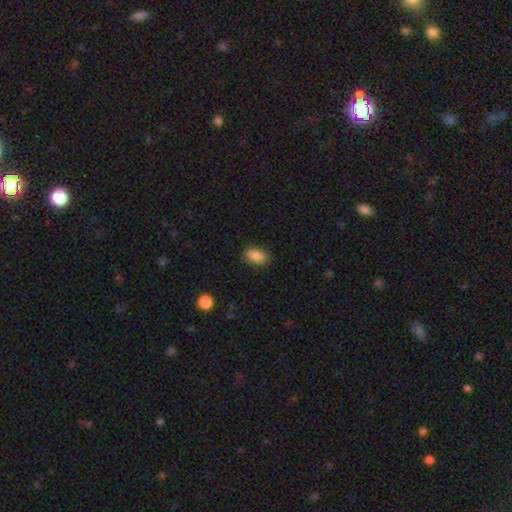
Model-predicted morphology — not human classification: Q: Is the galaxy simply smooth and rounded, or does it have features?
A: smooth — 86%.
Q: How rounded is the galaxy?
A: in between — 89%.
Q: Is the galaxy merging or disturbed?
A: none — 85%.